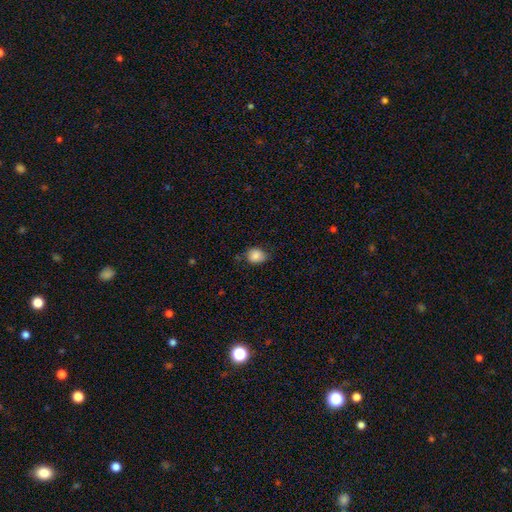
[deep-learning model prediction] Q: Smooth or featured?
A: smooth (86%); runner-up: star or artifact (9%)
Q: How rounded?
A: round (55%); runner-up: in between (44%)
Q: Merging?
A: none (72%); runner-up: minor disturbance (22%)